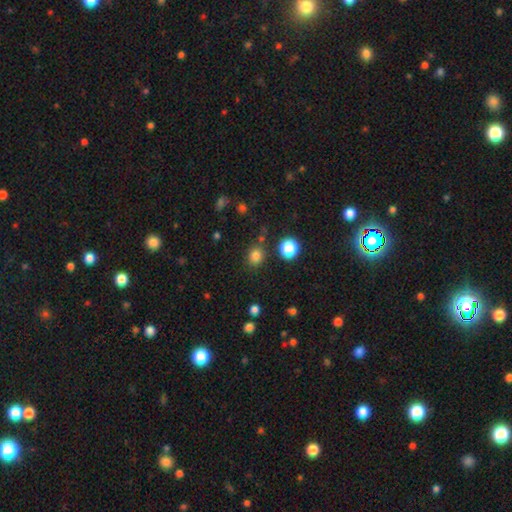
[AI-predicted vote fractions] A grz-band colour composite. It shows a smooth galaxy with no disk features (80%) that is round (71%). Merging: none (82%).